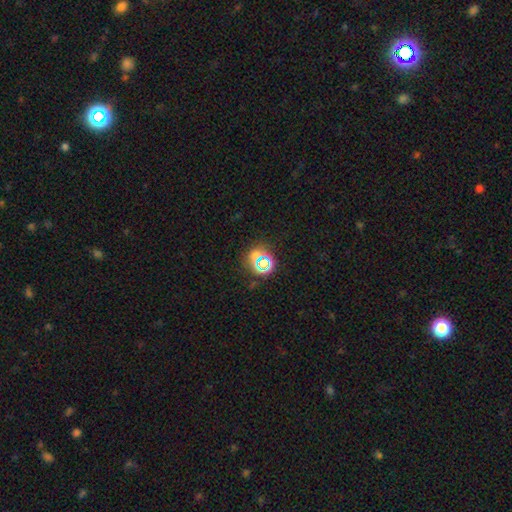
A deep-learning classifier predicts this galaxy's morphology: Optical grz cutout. It shows a star or artifact, not a galaxy (60%).